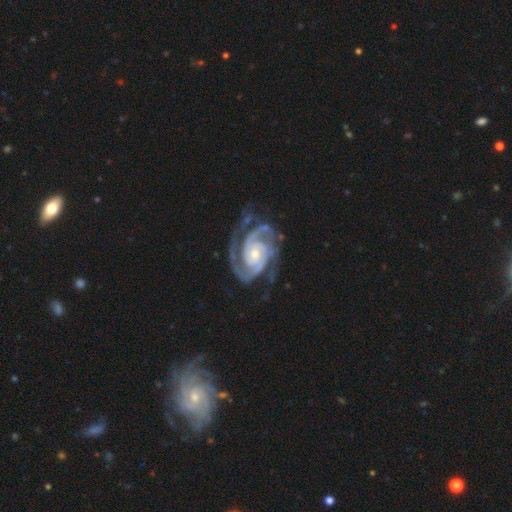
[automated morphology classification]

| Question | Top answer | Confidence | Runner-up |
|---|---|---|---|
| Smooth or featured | featured or disk | 93% | star or artifact (5%) |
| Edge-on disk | no | 98% | yes (2%) |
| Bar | no | 62% | weak (25%) |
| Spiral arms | yes | 99% | no (1%) |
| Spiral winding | tight | 64% | medium (32%) |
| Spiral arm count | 2 | 47% | 3 (30%) |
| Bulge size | small | 58% | moderate (36%) |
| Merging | none | 70% | minor disturbance (18%) |